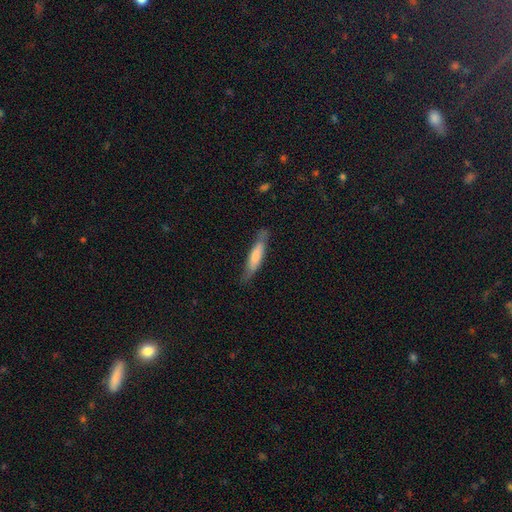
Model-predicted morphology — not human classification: smooth 68%, featured or disk 27%, star or artifact 5%. Down the decision tree: how rounded — cigar-shaped (82%); merging — none (76%).